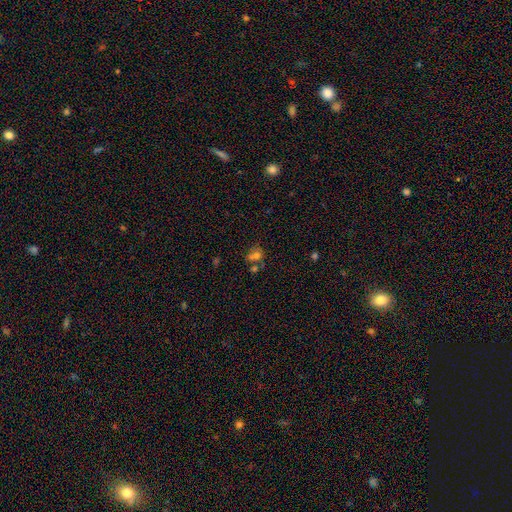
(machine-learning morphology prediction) Overall: smooth (65%). How rounded: round (63%; in between 36%). Merging: none (43%; merger 36%).